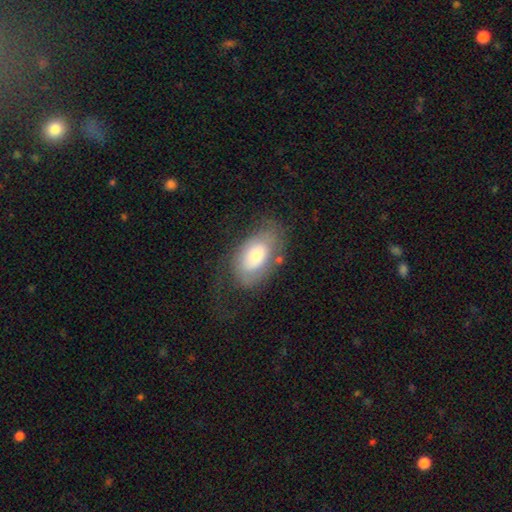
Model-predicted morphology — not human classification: Overall: smooth (56%; featured or disk 37%). How rounded: in between (92%). Merging: none (52%; minor disturbance 25%).